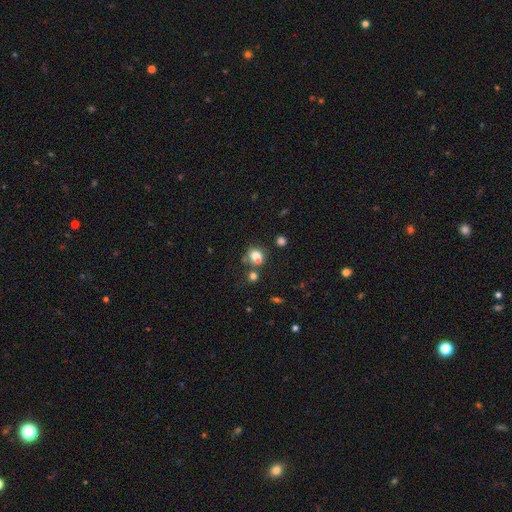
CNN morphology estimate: Smooth or featured? Predicted: smooth (p=0.77). How rounded? Predicted: round (p=0.50). Merging? Predicted: none (p=0.48).